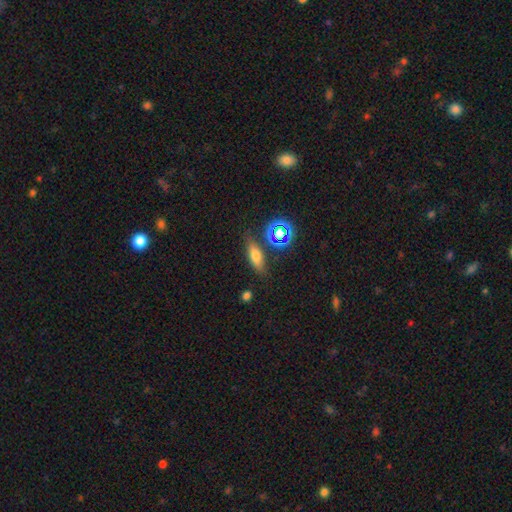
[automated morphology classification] smooth_or_featured: smooth (p=0.62) [alt: featured or disk p=0.20]
how_rounded: in between (p=0.56) [alt: cigar-shaped p=0.36]
merging: none (p=0.77) [alt: minor disturbance p=0.14]